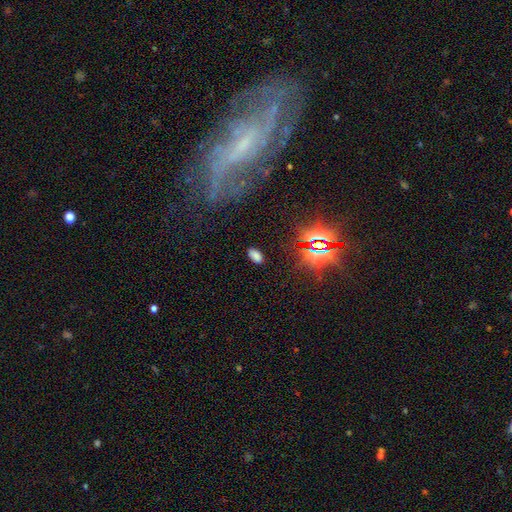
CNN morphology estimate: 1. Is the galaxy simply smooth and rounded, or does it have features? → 71% smooth, 23% star or artifact, 6% featured or disk.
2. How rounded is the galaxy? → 93% in between, 4% round, 3% cigar-shaped.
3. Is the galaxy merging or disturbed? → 86% none, 9% minor disturbance, 3% major disturbance, 2% merger.